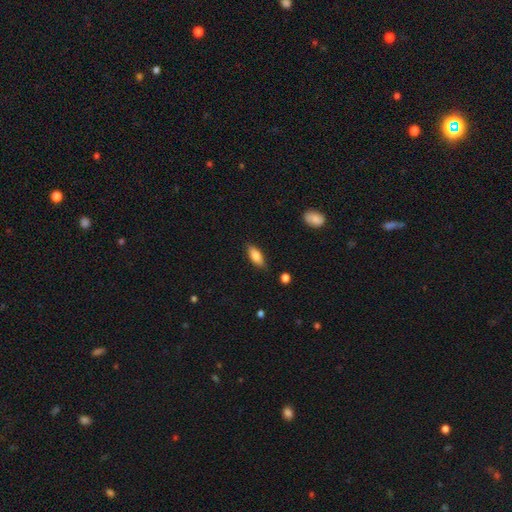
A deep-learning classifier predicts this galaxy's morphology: A smooth galaxy with no disk features (82%) that is in between round and cigar-shaped (78%). Merging: none (83%).